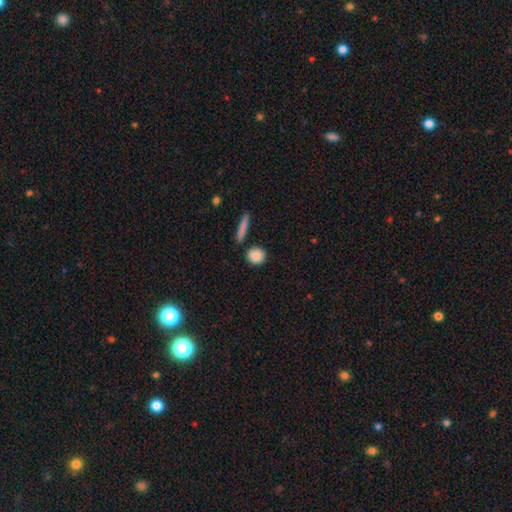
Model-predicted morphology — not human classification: Overall: smooth (88%). How rounded: round (75%). Merging: none (85%).